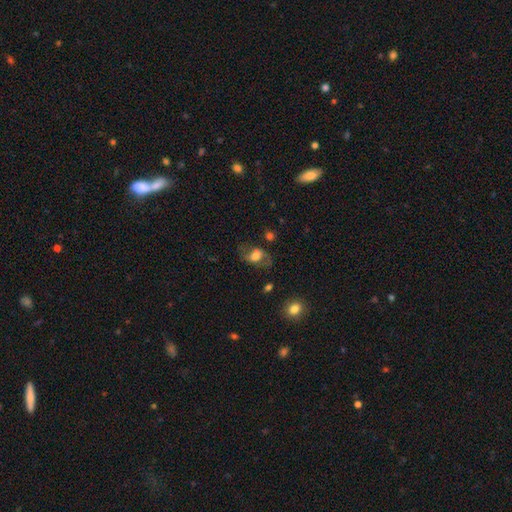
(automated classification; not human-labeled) Q: Smooth or featured?
A: smooth (49%); runner-up: featured or disk (41%)
Q: Merging?
A: none (59%); runner-up: minor disturbance (20%)